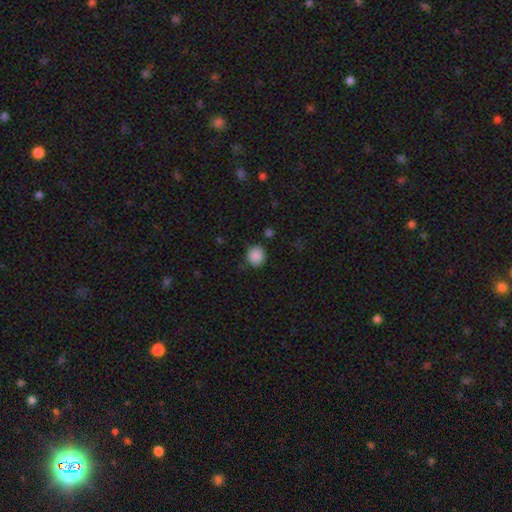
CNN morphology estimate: smooth_or_featured: smooth (p=0.88) [alt: star or artifact p=0.09]
how_rounded: round (p=0.89) [alt: in between p=0.10]
merging: none (p=0.82) [alt: minor disturbance p=0.12]